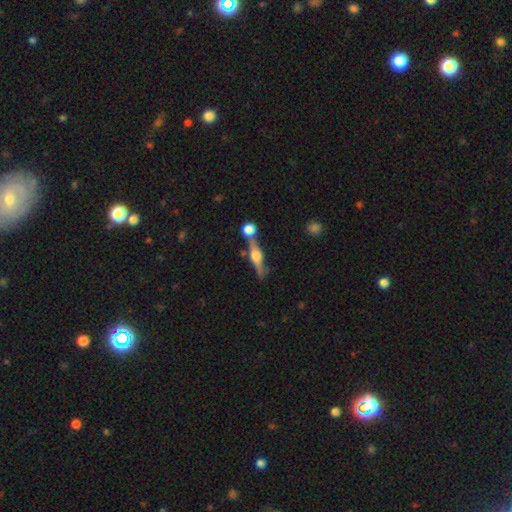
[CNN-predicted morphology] This appears to be a featured or disk galaxy (73%) viewed edge-on (95%) with a rounded central bulge (92%). Merging: none (63%).